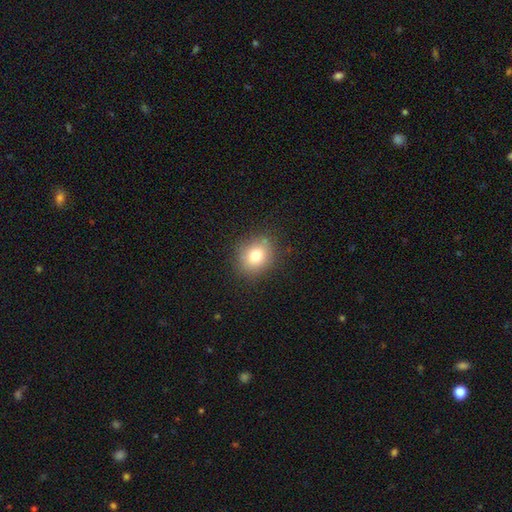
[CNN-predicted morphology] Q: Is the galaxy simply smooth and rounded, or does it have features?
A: smooth — 77%.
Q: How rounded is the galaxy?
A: round — 55%.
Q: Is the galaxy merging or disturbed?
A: none — 81%.